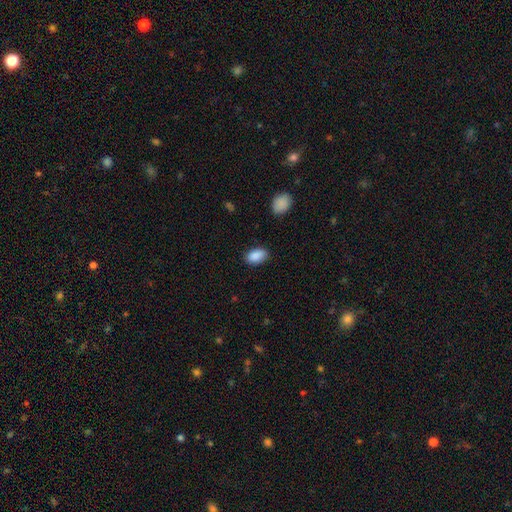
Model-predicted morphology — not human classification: Overall: smooth (89%). How rounded: in between (91%). Merging: none (84%).